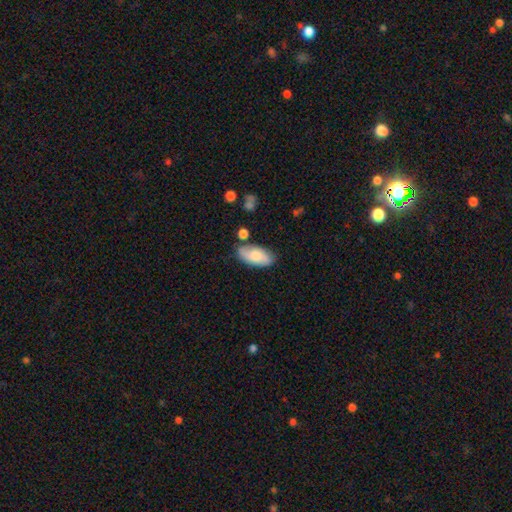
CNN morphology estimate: A smooth galaxy with no disk features (70%) that is in between round and cigar-shaped (92%). Merging: none (71%).